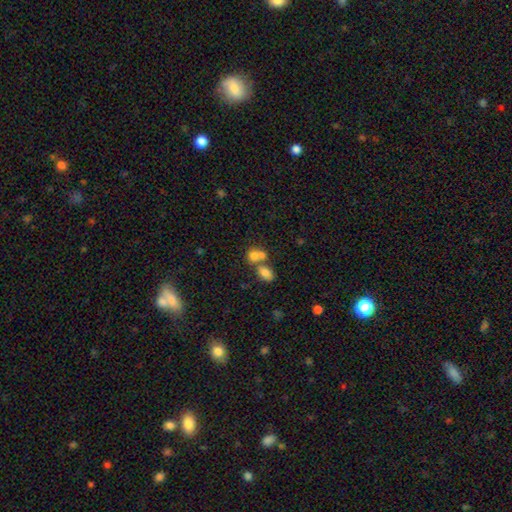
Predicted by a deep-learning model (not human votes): This appears to be a smooth galaxy with no disk features (73%) that is round (52%). Merging: merger (58%).